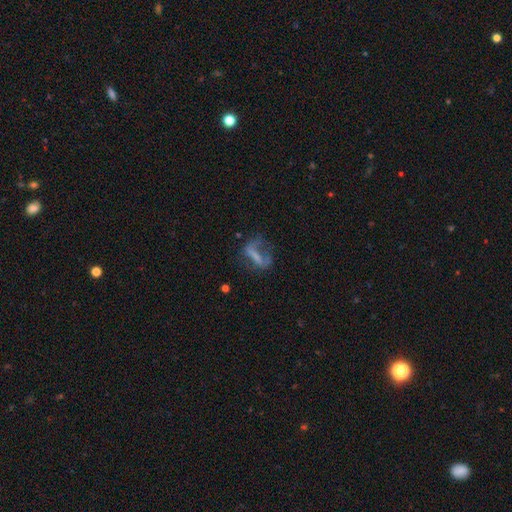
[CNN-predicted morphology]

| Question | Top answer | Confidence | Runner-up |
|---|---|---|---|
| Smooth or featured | featured or disk | 48% | smooth (38%) |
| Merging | major disturbance | 40% | none (34%) |